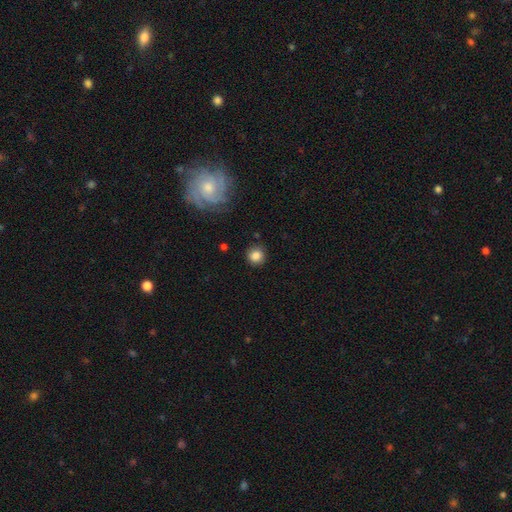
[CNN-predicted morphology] smooth-or-featured: smooth: 84% | star or artifact: 10% | featured or disk: 6%
  how-rounded: round: 91% | in between: 8% | cigar-shaped: 1%
  merging: none: 86% | minor disturbance: 9% | major disturbance: 3% | merger: 2%